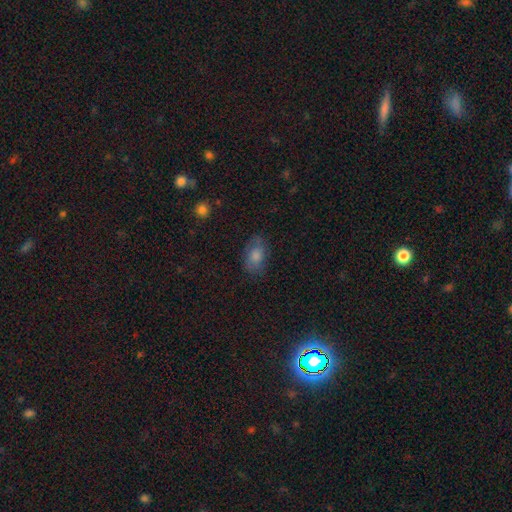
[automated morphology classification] Smooth or featured? smooth (68%)
How rounded? in between (85%)
Merging? none (67%)